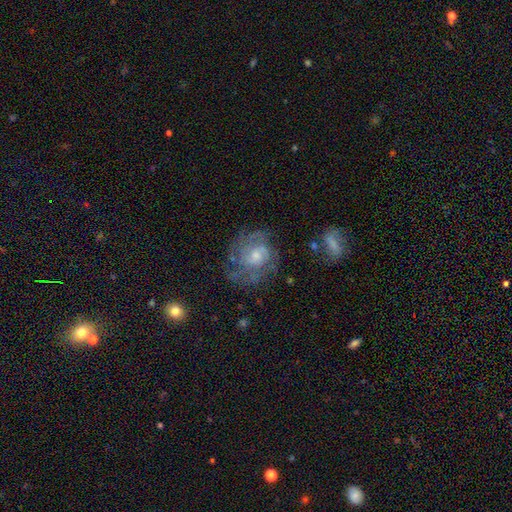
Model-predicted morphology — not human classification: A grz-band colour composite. It shows a featured or disk galaxy (71%) with no bar (70%), tight (51%) spiral arms (77%) and a moderate central bulge (50%). Merging: none (59%).